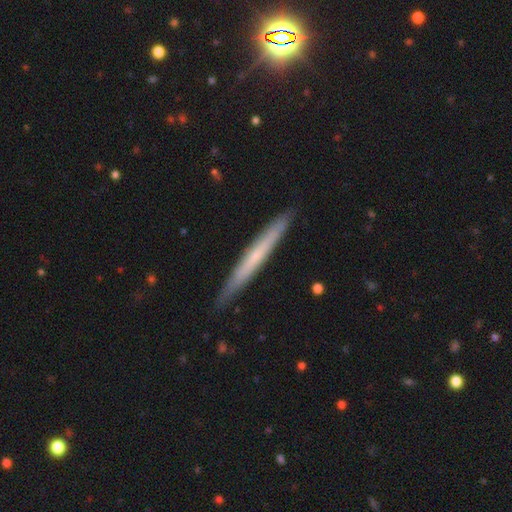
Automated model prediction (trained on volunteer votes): smooth 48%, featured or disk 47%, star or artifact 6%. Down the decision tree: merging — none (89%).